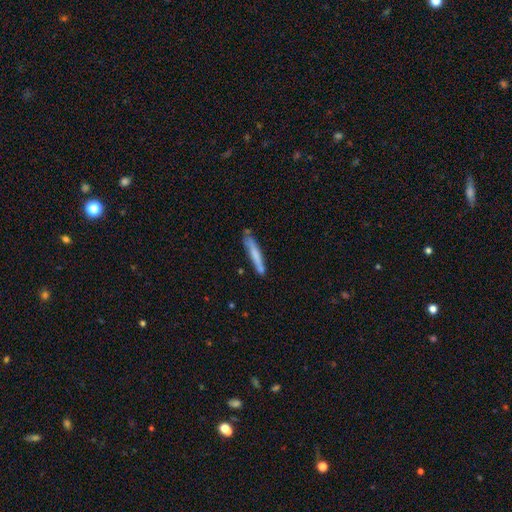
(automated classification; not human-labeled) Smooth or featured? smooth (66%)
How rounded? cigar-shaped (94%)
Merging? none (74%)